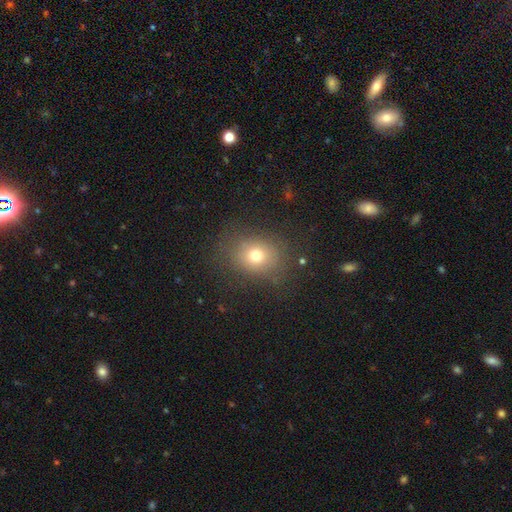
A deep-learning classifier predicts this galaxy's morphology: Smooth or featured: smooth — 72% (star or artifact — 15%)
How rounded: round — 55% (in between — 45%)
Merging: none — 78% (minor disturbance — 14%)